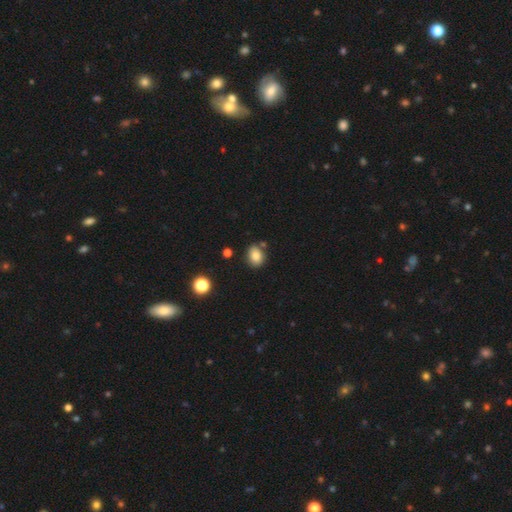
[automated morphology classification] Smooth or featured? Predicted: smooth (p=0.83). How rounded? Predicted: in between (p=0.58). Merging? Predicted: none (p=0.77).